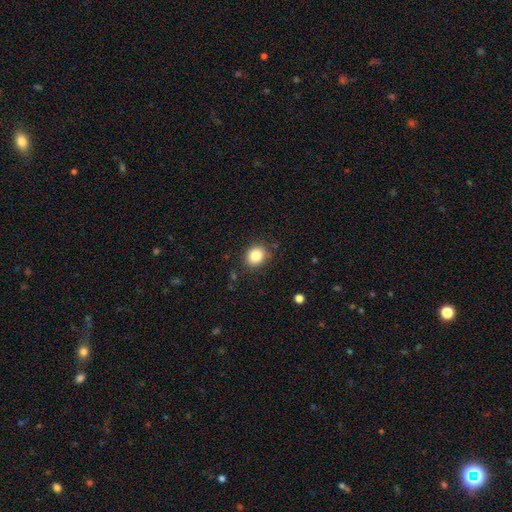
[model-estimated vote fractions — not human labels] smooth_or_featured: smooth (p=0.84) [alt: star or artifact p=0.10]
how_rounded: round (p=0.70) [alt: in between p=0.29]
merging: none (p=0.86) [alt: minor disturbance p=0.10]